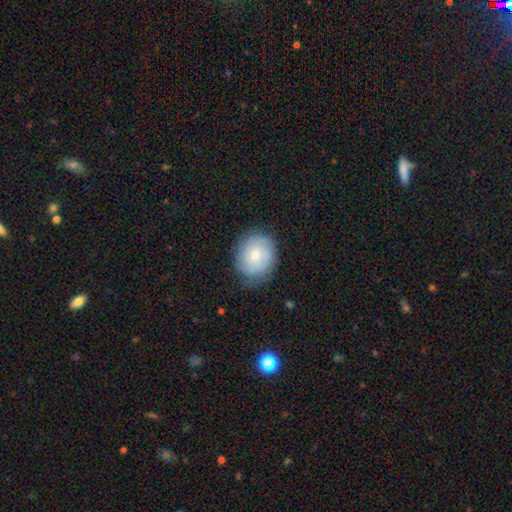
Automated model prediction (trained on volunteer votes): Smooth or featured?
  - smooth: 64% *
  - featured or disk: 29%
  - star or artifact: 8%
How rounded?
  - round: 71% *
  - in between: 28%
  - cigar-shaped: 1%
Merging?
  - none: 70% *
  - minor disturbance: 22%
  - major disturbance: 6%
  - merger: 1%